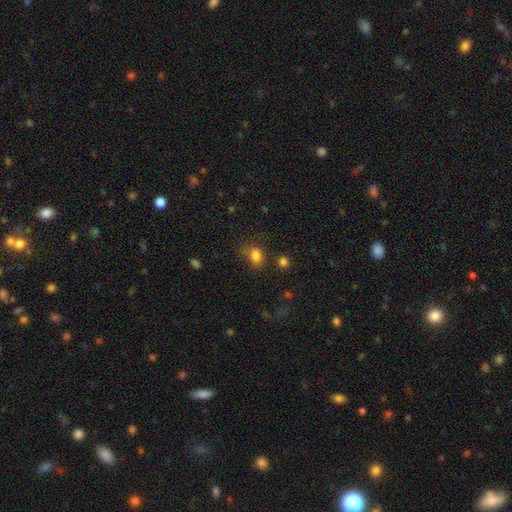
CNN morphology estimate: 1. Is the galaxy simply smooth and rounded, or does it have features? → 82% smooth, 13% star or artifact, 6% featured or disk.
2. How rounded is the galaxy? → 70% in between, 28% round, 2% cigar-shaped.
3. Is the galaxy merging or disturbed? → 64% none, 20% minor disturbance, 8% merger, 8% major disturbance.